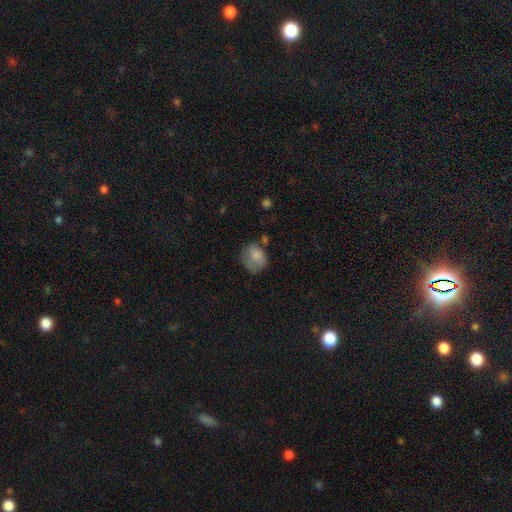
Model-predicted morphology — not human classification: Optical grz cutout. It shows a smooth galaxy with no disk features (76%) that is round (60%). Merging: none (42%).